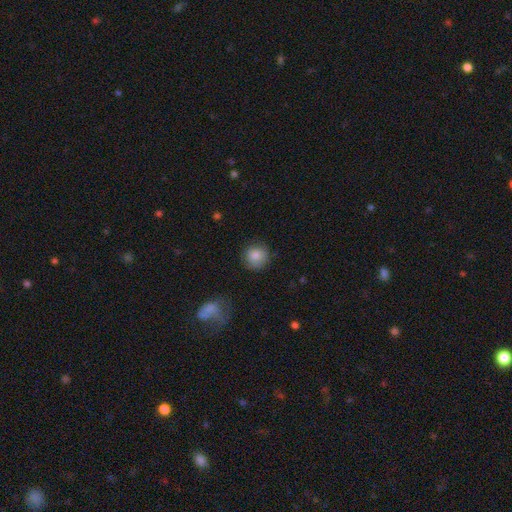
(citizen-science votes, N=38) smooth 92%, featured or disk 8%, star or artifact 0%. Down the decision tree: how rounded — round (94%); merging — none (84%).